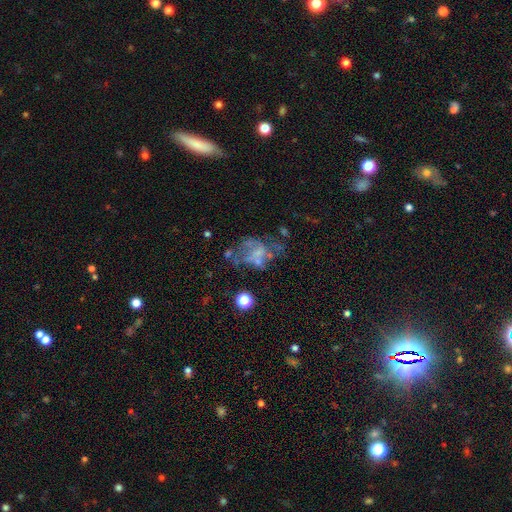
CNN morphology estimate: featured or disk 59%, smooth 24%, star or artifact 17%. Down the decision tree: edge-on disk — no (98%); bar — no (84%); spiral arms — no (76%); bulge size — none (61%); merging — major disturbance (36%).